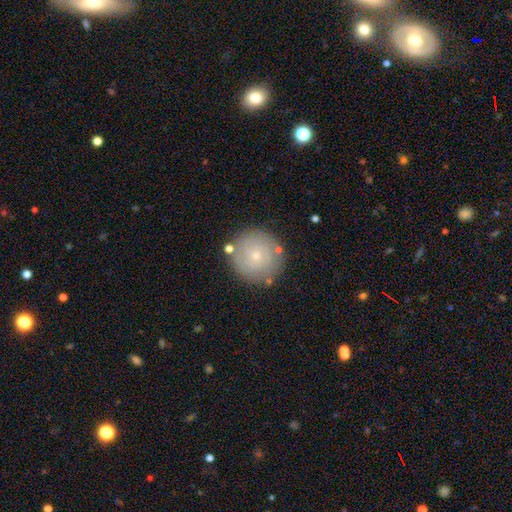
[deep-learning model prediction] This appears to be a smooth galaxy with no disk features (54%) that is round (95%). Merging: none (82%).